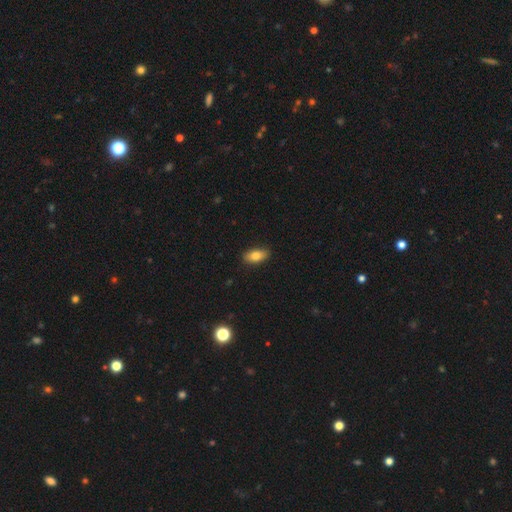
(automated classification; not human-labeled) Smooth or featured? smooth (82%)
How rounded? in between (87%)
Merging? none (88%)